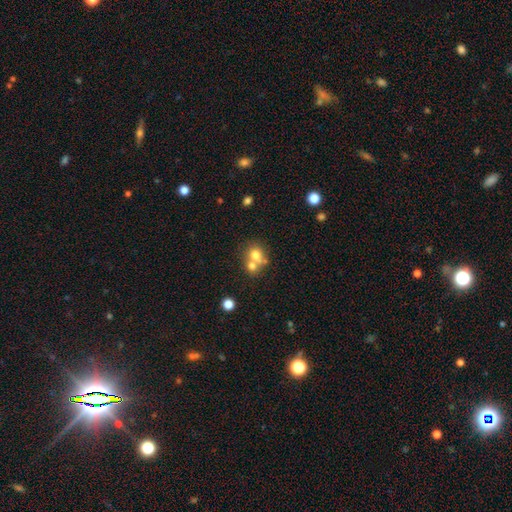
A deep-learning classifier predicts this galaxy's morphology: This is likely a smooth galaxy (70%). How rounded: likely round (74%). Merging: possibly merger (54%).